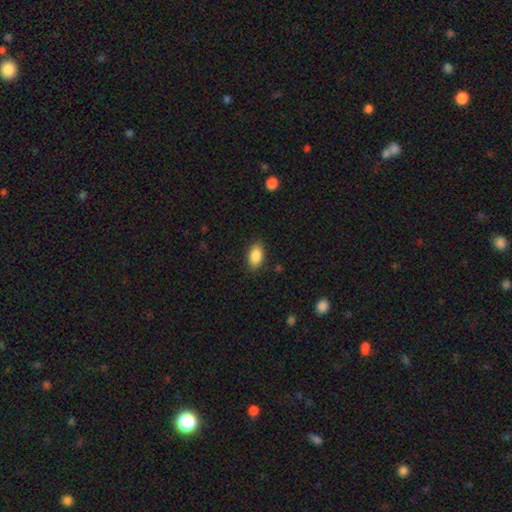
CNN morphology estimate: Overall: smooth (87%). How rounded: in between (91%). Merging: none (86%).